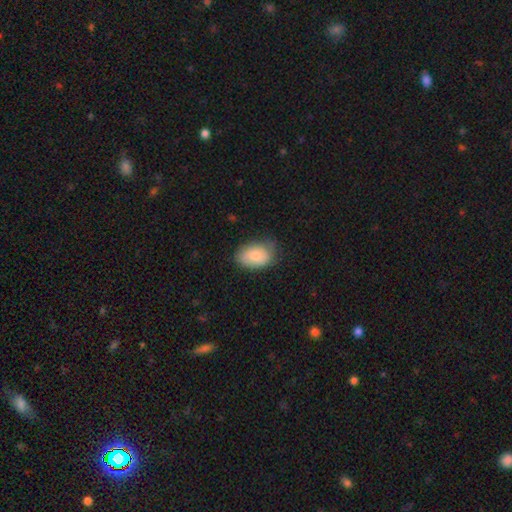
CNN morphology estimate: smooth-or-featured: smooth: 80% | featured or disk: 14% | star or artifact: 6%
  how-rounded: in between: 88% | round: 11% | cigar-shaped: 1%
  merging: none: 71% | minor disturbance: 23% | major disturbance: 5% | merger: 1%